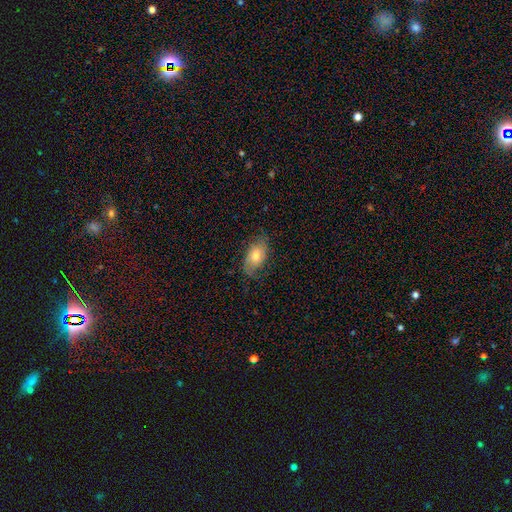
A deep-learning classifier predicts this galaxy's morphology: Smooth or featured? featured or disk (52%)
Edge-on disk? no (91%)
Merging? none (70%)